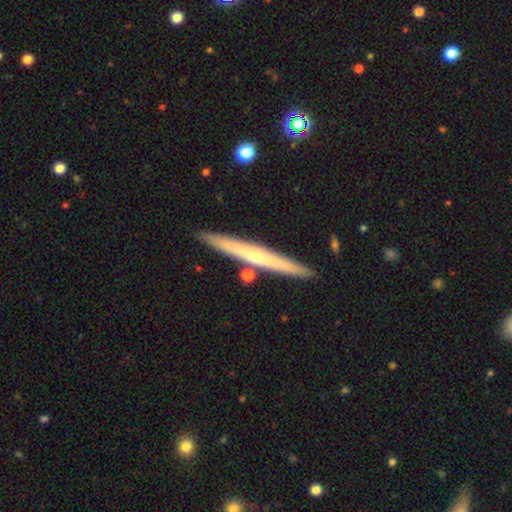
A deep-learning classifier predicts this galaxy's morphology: The model was most divided on "edge-on bulge": rounded: 51%, none: 46%, boxy: 3%. More confident: edge-on disk — yes (96%); merging — none (88%); smooth or featured — featured or disk (57%).